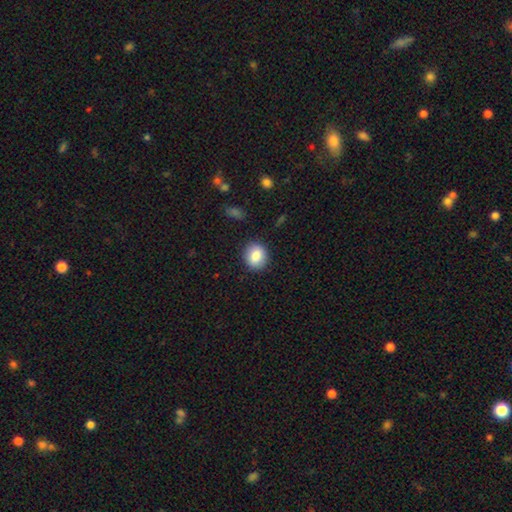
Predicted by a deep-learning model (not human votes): Overall: smooth (85%). How rounded: round (68%; in between 31%). Merging: none (88%).